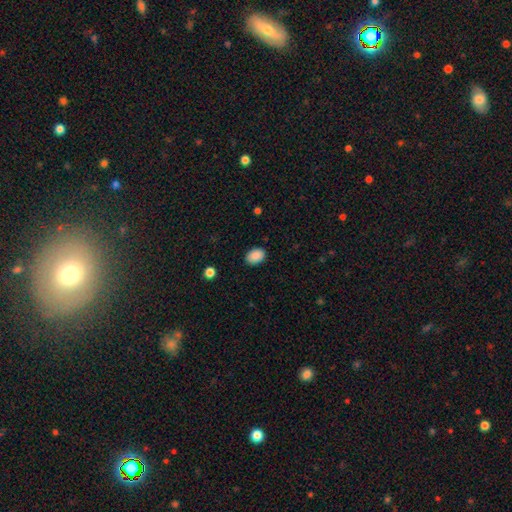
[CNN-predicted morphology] Smooth or featured: smooth — 89% (star or artifact — 8%)
How rounded: in between — 81% (round — 18%)
Merging: none — 88% (minor disturbance — 9%)